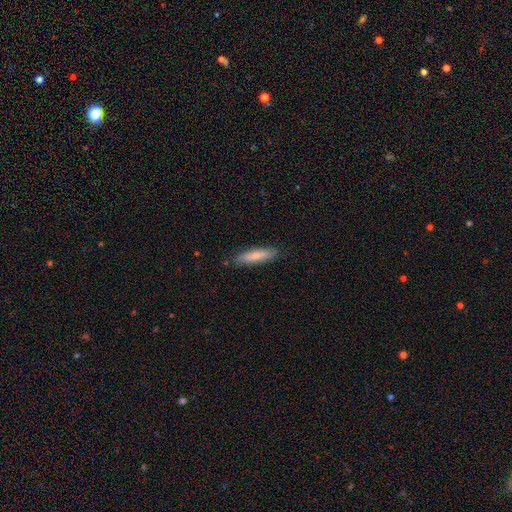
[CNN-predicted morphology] Smooth or featured?
  - smooth: 68% *
  - featured or disk: 26%
  - star or artifact: 6%
How rounded?
  - cigar-shaped: 74% *
  - in between: 24%
  - round: 2%
Merging?
  - none: 83% *
  - minor disturbance: 14%
  - major disturbance: 2%
  - merger: 1%